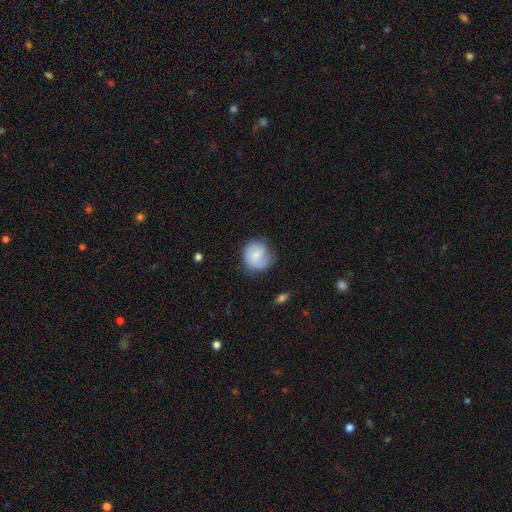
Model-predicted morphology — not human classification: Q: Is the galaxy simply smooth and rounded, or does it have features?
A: smooth — 62%.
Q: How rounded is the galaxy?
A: round — 82%.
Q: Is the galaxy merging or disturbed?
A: none — 59%.